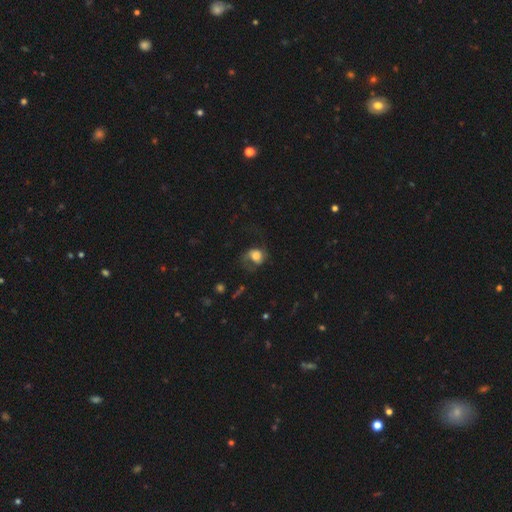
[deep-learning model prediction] A smooth galaxy with no disk features (56%) that is round (56%).

Vote fractions:
- Smooth or featured? smooth: 56% / featured or disk: 35% / star or artifact: 9%
- How rounded? round: 56% / in between: 43% / cigar-shaped: 1%
- Merging? none: 38% / major disturbance: 37% / minor disturbance: 23% / merger: 2%